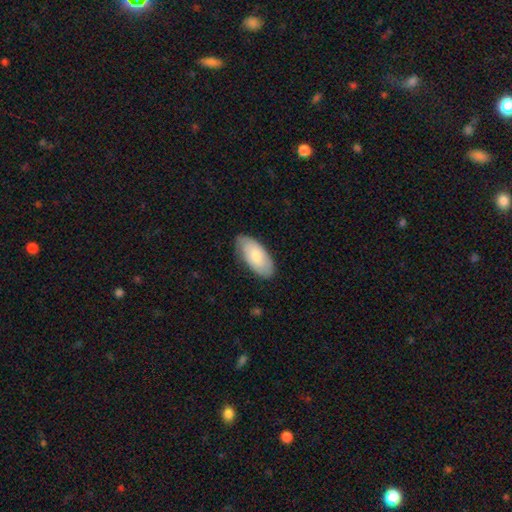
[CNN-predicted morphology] type=smooth (69%); roundness=in between (92%); merging=none (79%).